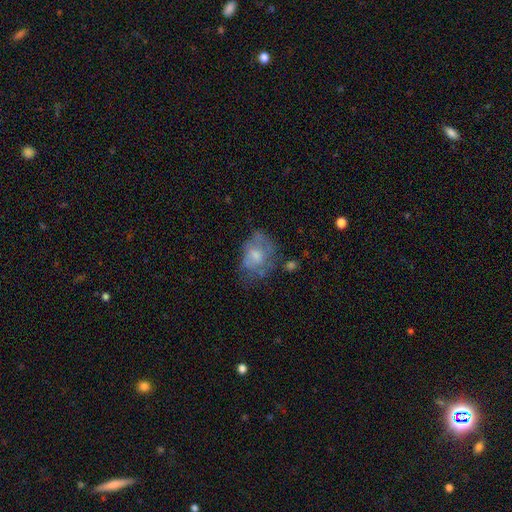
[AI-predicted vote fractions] smooth 49%, featured or disk 42%, star or artifact 9%. Down the decision tree: merging — none (41%).